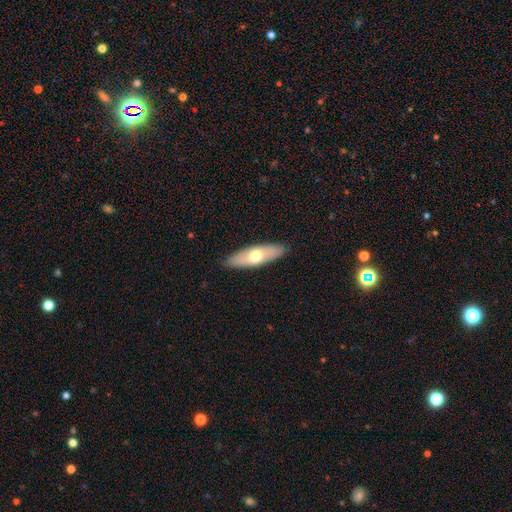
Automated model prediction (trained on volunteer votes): Q: Smooth or featured?
A: smooth (58%); runner-up: featured or disk (37%)
Q: How rounded?
A: in between (53%); runner-up: cigar-shaped (44%)
Q: Merging?
A: none (88%); runner-up: minor disturbance (9%)